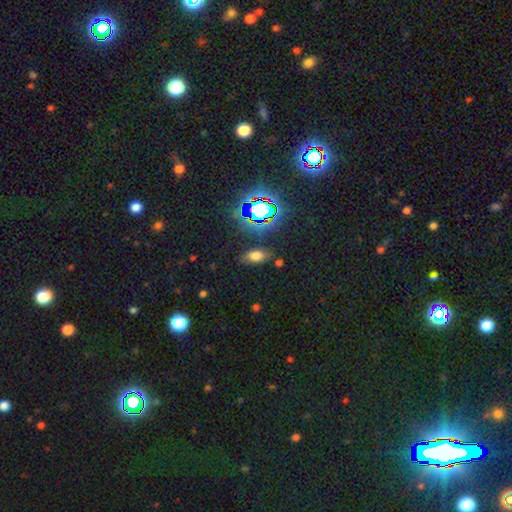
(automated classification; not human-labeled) This appears to be a smooth galaxy with no disk features (62%) that is in between round and cigar-shaped (86%). Merging: none (80%).